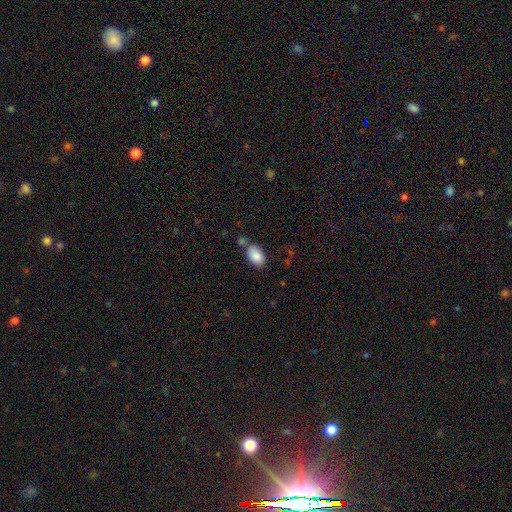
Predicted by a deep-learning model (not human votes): A smooth galaxy with no disk features (88%) that is in between round and cigar-shaped (90%). Merging: none (62%).